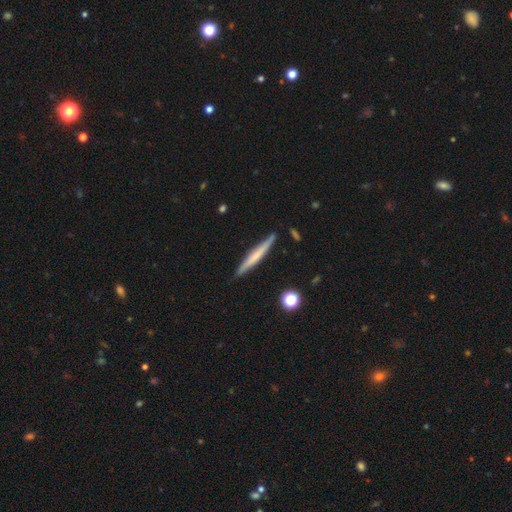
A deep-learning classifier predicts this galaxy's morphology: Smooth or featured?
  - smooth: 51% *
  - featured or disk: 43%
  - star or artifact: 6%
How rounded?
  - cigar-shaped: 96% *
  - in between: 3%
  - round: 1%
Merging?
  - none: 88% *
  - minor disturbance: 9%
  - merger: 2%
  - major disturbance: 2%